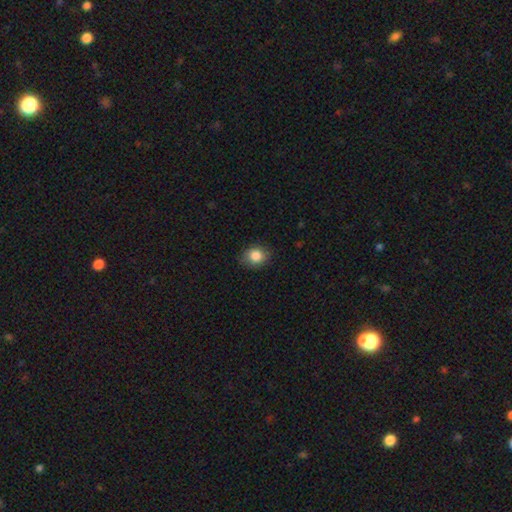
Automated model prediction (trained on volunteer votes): Smooth or featured?
  - smooth: 85% *
  - star or artifact: 9%
  - featured or disk: 6%
How rounded?
  - round: 58% *
  - in between: 41%
  - cigar-shaped: 1%
Merging?
  - none: 83% *
  - minor disturbance: 13%
  - major disturbance: 3%
  - merger: 1%